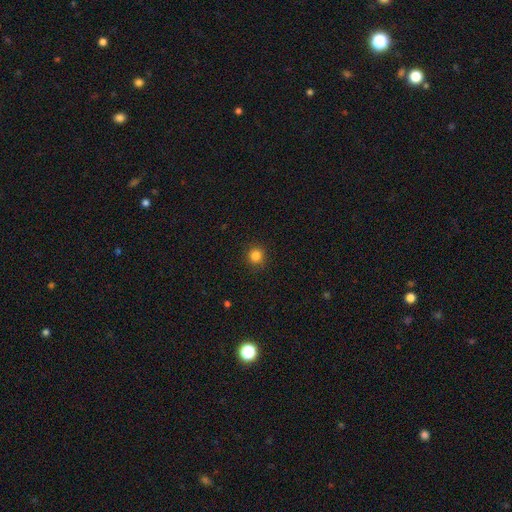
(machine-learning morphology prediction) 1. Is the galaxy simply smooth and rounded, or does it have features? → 84% smooth, 13% star or artifact, 4% featured or disk.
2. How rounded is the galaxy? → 93% round, 6% in between, 1% cigar-shaped.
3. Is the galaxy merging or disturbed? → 90% none, 6% minor disturbance, 2% major disturbance, 1% merger.